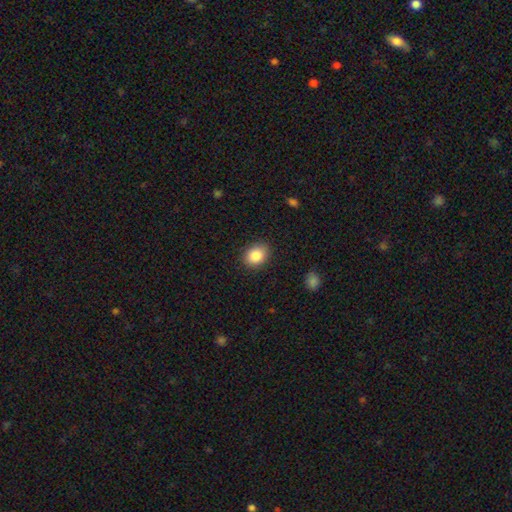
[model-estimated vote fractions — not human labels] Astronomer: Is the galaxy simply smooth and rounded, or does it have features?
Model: smooth — 86%.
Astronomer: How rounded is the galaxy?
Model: in between — 51% (runner-up: round, 48%).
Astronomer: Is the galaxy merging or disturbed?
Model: none — 87%.